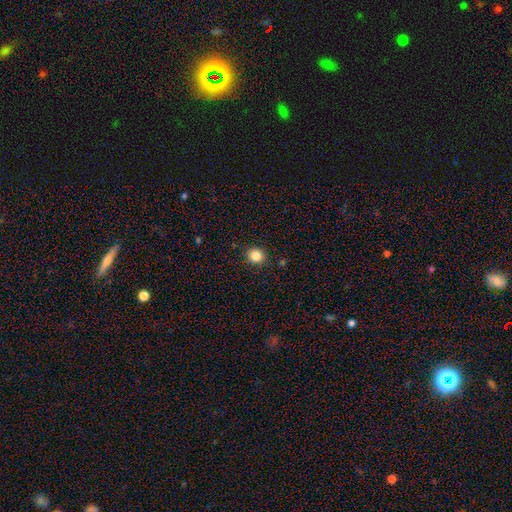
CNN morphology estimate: Smooth or featured?
  - smooth: 84% *
  - star or artifact: 11%
  - featured or disk: 5%
How rounded?
  - round: 85% *
  - in between: 15%
  - cigar-shaped: 1%
Merging?
  - none: 91% *
  - minor disturbance: 6%
  - major disturbance: 2%
  - merger: 1%